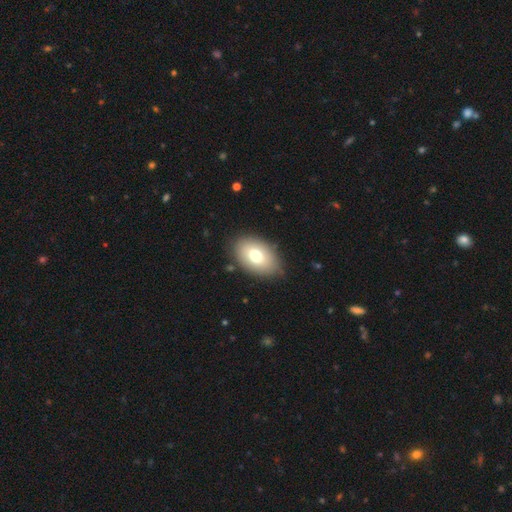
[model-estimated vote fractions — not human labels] Q: Smooth or featured?
A: smooth (75%); runner-up: featured or disk (18%)
Q: How rounded?
A: in between (90%); runner-up: round (9%)
Q: Merging?
A: none (81%); runner-up: minor disturbance (14%)